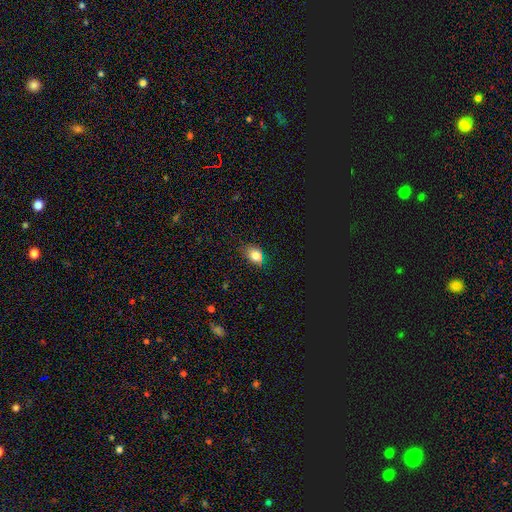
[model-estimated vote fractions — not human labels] Smooth or featured: smooth — 80% (star or artifact — 13%)
How rounded: in between — 63% (round — 36%)
Merging: none — 68% (minor disturbance — 25%)